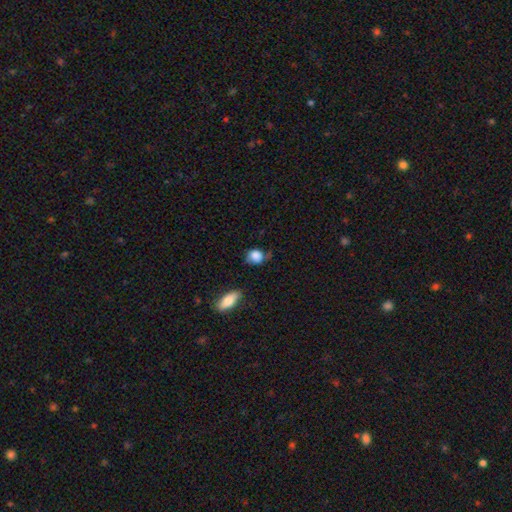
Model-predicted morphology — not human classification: Overall: smooth (82%). How rounded: round (65%; in between 34%). Merging: none (51%; minor disturbance 34%).